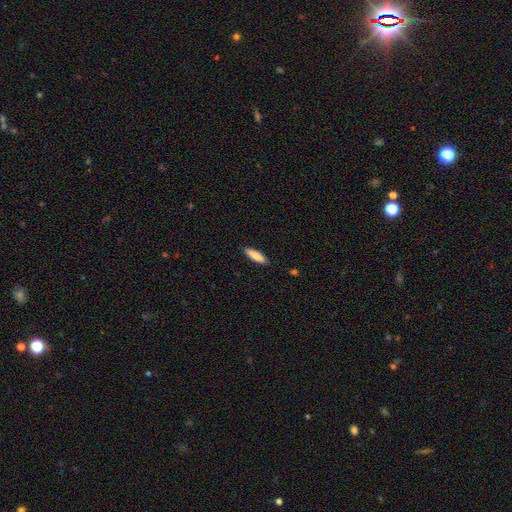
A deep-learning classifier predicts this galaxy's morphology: Q: Smooth or featured?
A: smooth (86%); runner-up: featured or disk (8%)
Q: How rounded?
A: cigar-shaped (56%); runner-up: in between (43%)
Q: Merging?
A: none (89%); runner-up: minor disturbance (8%)